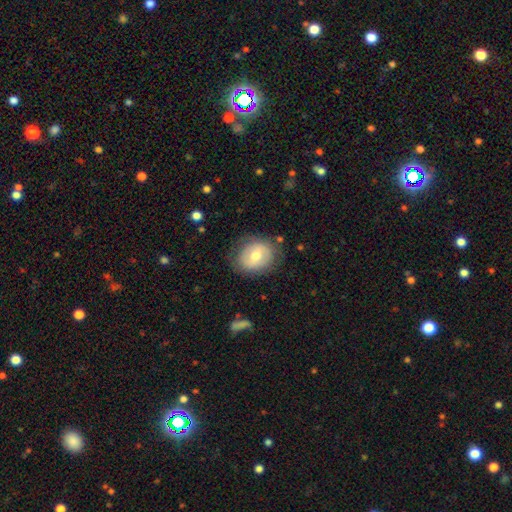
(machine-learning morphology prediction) A smooth galaxy with no disk features (57%) that is round (53%). Merging: none (76%).